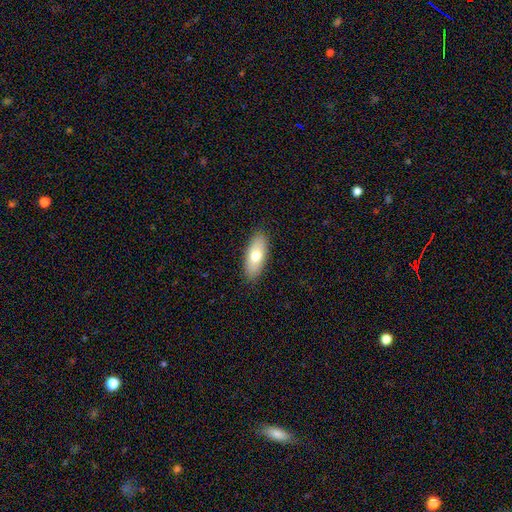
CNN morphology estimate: This appears to be a smooth galaxy with no disk features (72%) that is in between round and cigar-shaped (79%). Merging: none (89%).